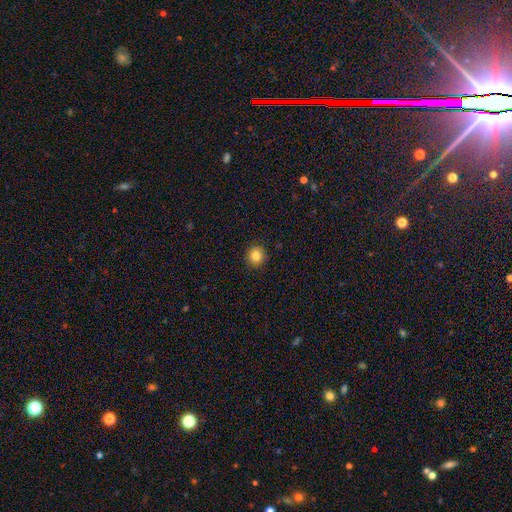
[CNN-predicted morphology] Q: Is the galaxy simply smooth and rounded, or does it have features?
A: smooth — 84%.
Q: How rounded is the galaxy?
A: round — 92%.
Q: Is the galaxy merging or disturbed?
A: none — 92%.